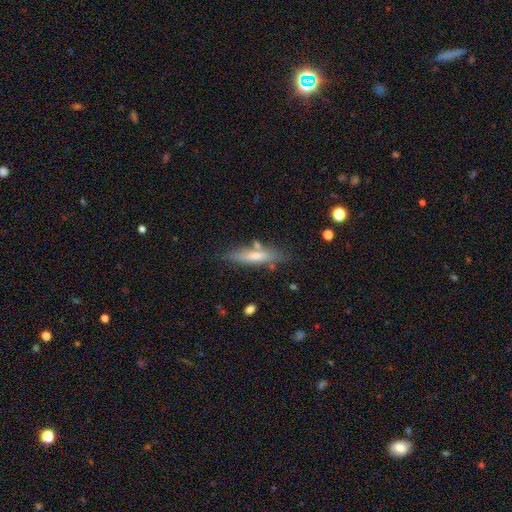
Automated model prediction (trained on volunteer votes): smooth 64%, featured or disk 30%, star or artifact 7%. Down the decision tree: how rounded — cigar-shaped (78%); merging — none (74%).